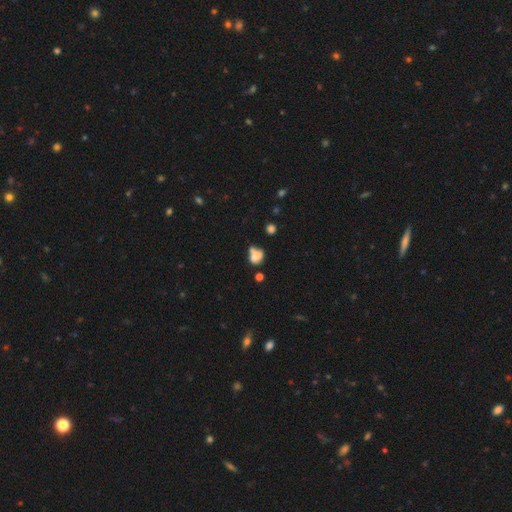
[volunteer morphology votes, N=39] type=smooth (69%); roundness=in between (81%); merging=none (33%).